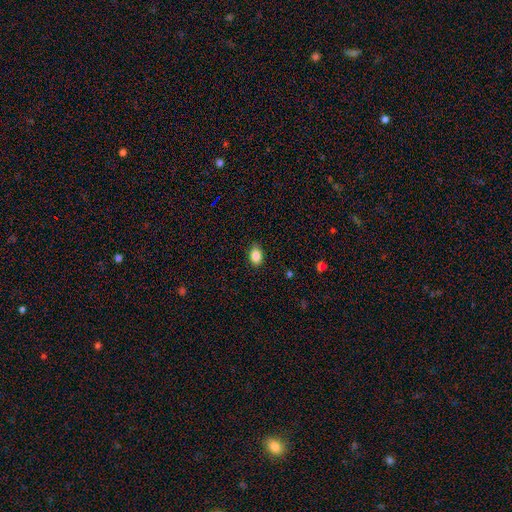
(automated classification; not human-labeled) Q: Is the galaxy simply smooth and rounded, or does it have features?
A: smooth — 86%.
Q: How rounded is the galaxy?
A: in between — 81%.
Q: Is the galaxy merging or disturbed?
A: none — 83%.